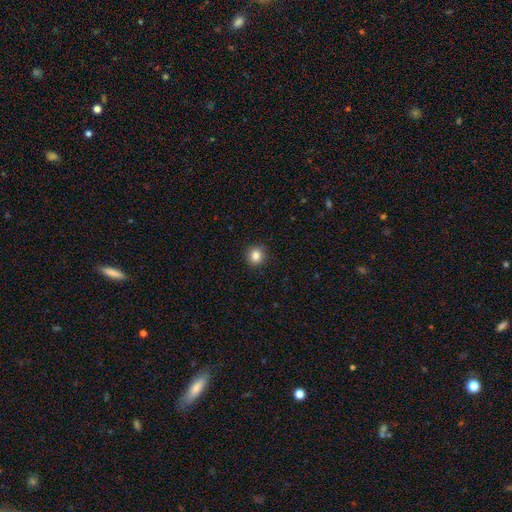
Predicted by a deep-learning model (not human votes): smooth 84%, star or artifact 11%, featured or disk 5%. Down the decision tree: how rounded — round (91%); merging — none (91%).